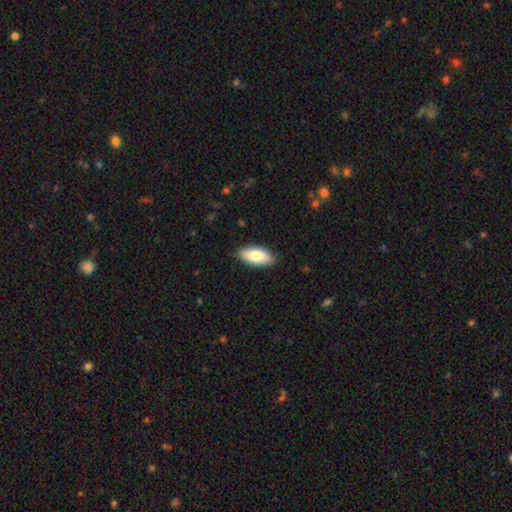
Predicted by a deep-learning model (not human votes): smooth-or-featured: smooth: 79% | featured or disk: 15% | star or artifact: 6%
  how-rounded: in between: 89% | cigar-shaped: 9% | round: 2%
  merging: none: 87% | minor disturbance: 10% | major disturbance: 2% | merger: 1%